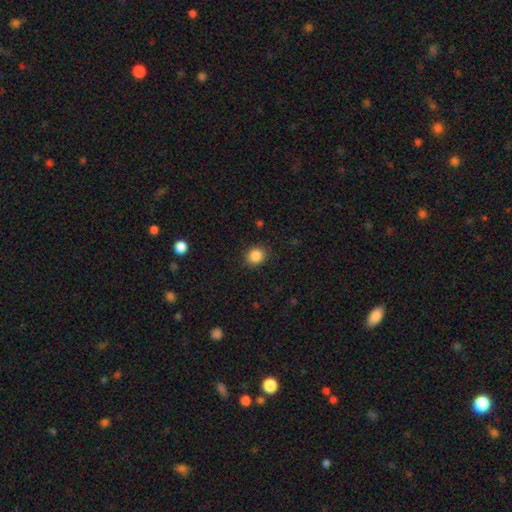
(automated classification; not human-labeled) This is clearly a smooth galaxy (87%). How rounded: clearly round (82%). Merging: clearly none (88%).